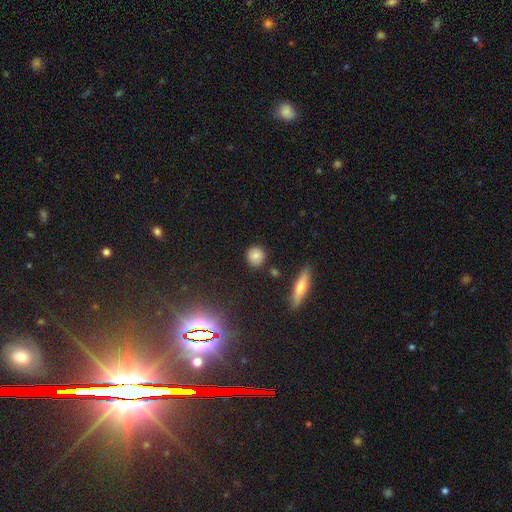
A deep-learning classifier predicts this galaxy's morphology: A smooth galaxy with no disk features (81%) that is round (87%). Merging: none (86%).